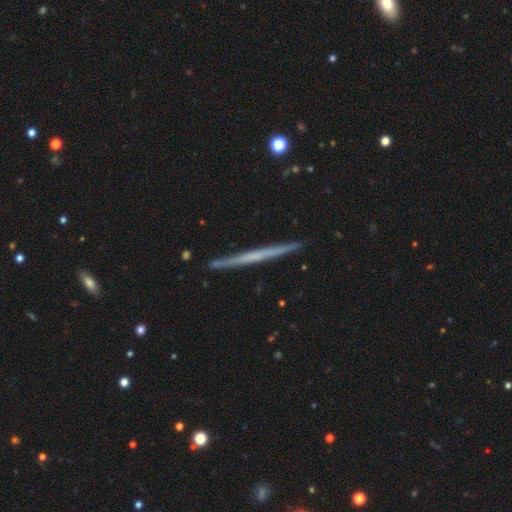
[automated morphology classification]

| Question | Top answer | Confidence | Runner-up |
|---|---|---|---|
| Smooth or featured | featured or disk | 59% | smooth (35%) |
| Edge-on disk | yes | 98% | no (2%) |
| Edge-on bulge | none | 88% | rounded (8%) |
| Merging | none | 92% | minor disturbance (6%) |